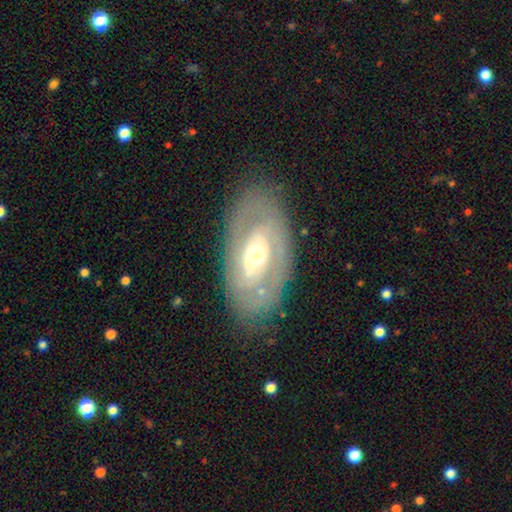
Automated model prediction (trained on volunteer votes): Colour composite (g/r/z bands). It shows a featured or disk galaxy (69%) with no bar (57%), no spiral arms (54%) and a moderate central bulge (66%). Merging: none (77%).